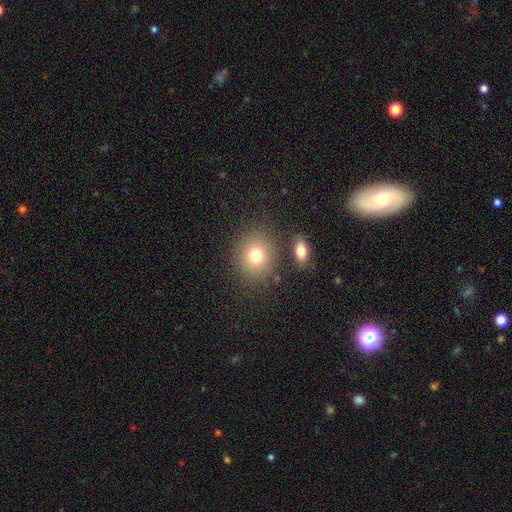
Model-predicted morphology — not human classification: Smooth or featured: smooth — 77% (star or artifact — 12%)
How rounded: round — 73% (in between — 26%)
Merging: none — 80% (minor disturbance — 9%)